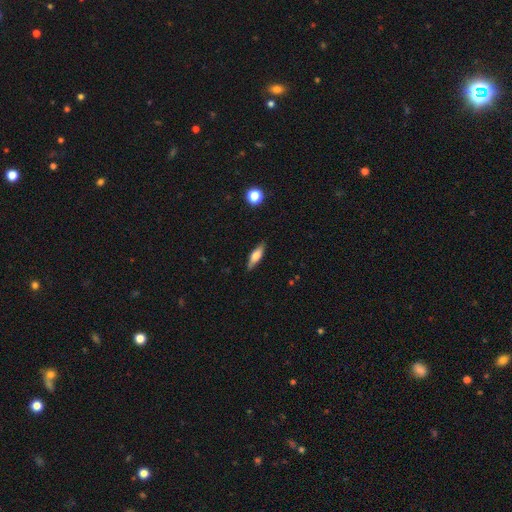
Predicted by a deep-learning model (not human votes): Smooth or featured? Predicted: smooth (p=0.57). How rounded? Predicted: cigar-shaped (p=0.50). Merging? Predicted: none (p=0.84).